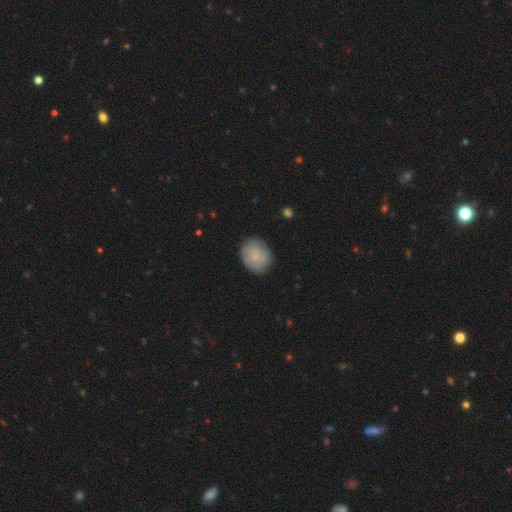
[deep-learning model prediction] Q: Smooth or featured?
A: smooth (77%); runner-up: featured or disk (16%)
Q: How rounded?
A: round (58%); runner-up: in between (41%)
Q: Merging?
A: none (81%); runner-up: minor disturbance (15%)